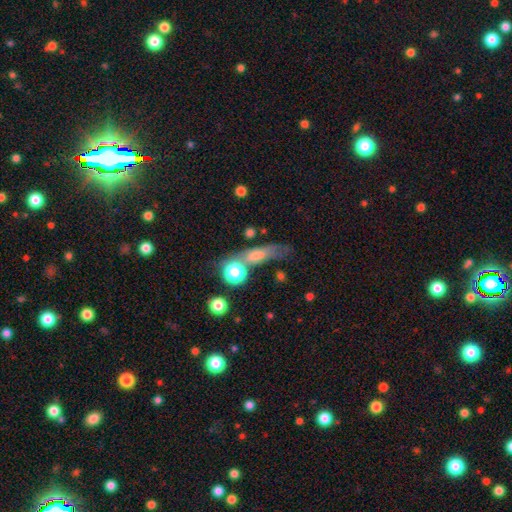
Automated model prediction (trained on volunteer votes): A smooth galaxy with no disk features (55%) that is cigar-shaped (51%). Merging: none (49%).